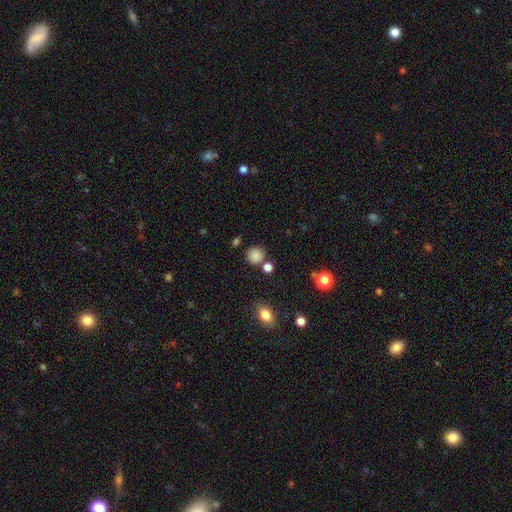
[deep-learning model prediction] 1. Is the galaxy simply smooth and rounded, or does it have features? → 84% smooth, 11% star or artifact, 5% featured or disk.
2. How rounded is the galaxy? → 91% round, 8% in between, 1% cigar-shaped.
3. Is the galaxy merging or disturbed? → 80% none, 9% minor disturbance, 9% merger, 3% major disturbance.